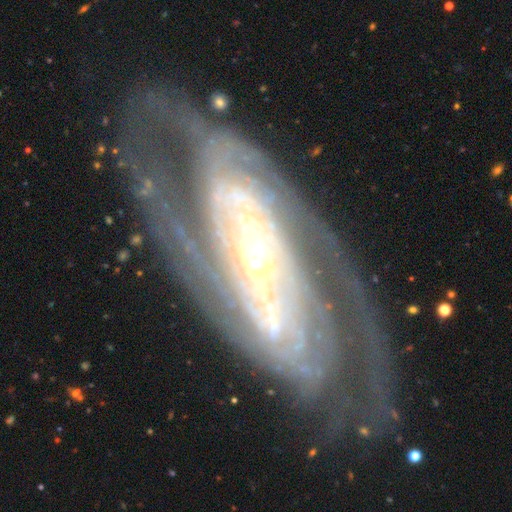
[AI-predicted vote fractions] smooth_or_featured: featured or disk (p=0.89) [alt: star or artifact p=0.06]
disk_edge_on: no (p=0.90) [alt: yes p=0.10]
bar: strong (p=0.43) [alt: no p=0.29]
has_spiral_arms: yes (p=0.96) [alt: no p=0.04]
spiral_winding: tight (p=0.63) [alt: medium p=0.30]
spiral_arm_count: 2 (p=0.39) [alt: can't tell p=0.25]
bulge_size: small (p=0.65) [alt: moderate p=0.28]
merging: none (p=0.73) [alt: minor disturbance p=0.15]